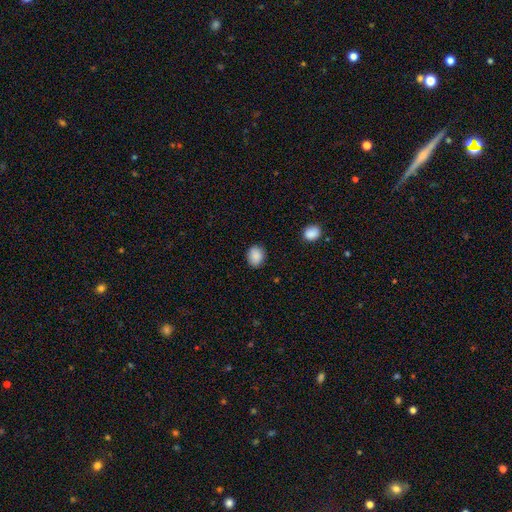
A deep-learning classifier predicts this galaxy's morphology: Smooth or featured? Predicted: smooth (p=0.89). How rounded? Predicted: round (p=0.60). Merging? Predicted: none (p=0.87).